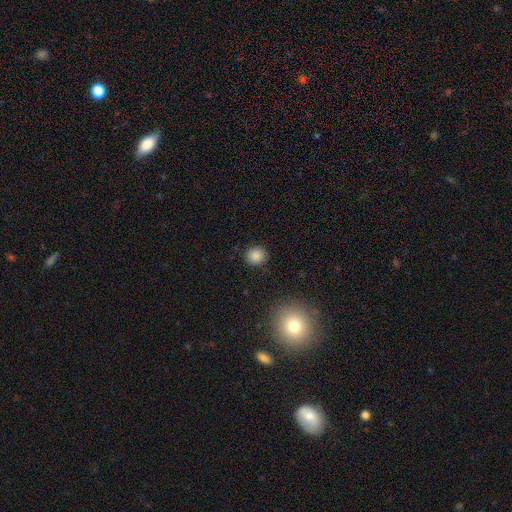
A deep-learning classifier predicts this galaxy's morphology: smooth_or_featured: smooth (p=0.85) [alt: star or artifact p=0.11]
how_rounded: round (p=0.89) [alt: in between p=0.10]
merging: none (p=0.90) [alt: minor disturbance p=0.07]